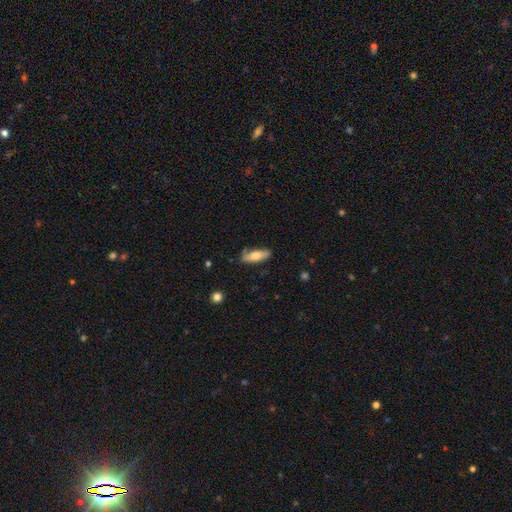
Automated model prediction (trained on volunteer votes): smooth_or_featured: smooth (p=0.67) [alt: featured or disk p=0.27]
how_rounded: in between (p=0.69) [alt: cigar-shaped p=0.29]
merging: none (p=0.70) [alt: minor disturbance p=0.23]